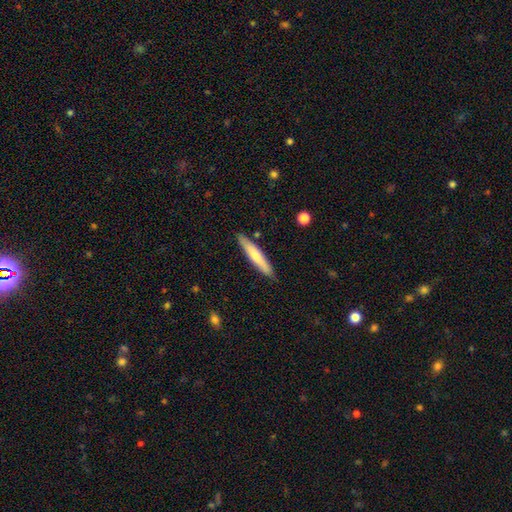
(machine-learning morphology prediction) Smooth or featured?
  - smooth: 68% *
  - featured or disk: 27%
  - star or artifact: 5%
How rounded?
  - cigar-shaped: 90% *
  - in between: 8%
  - round: 1%
Merging?
  - none: 87% *
  - minor disturbance: 10%
  - major disturbance: 2%
  - merger: 2%